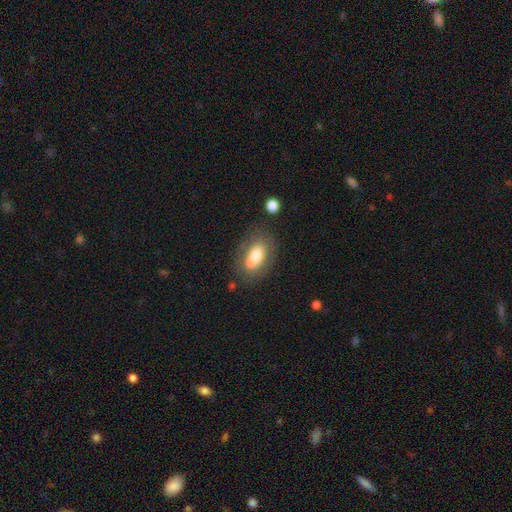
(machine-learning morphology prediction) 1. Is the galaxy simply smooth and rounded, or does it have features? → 66% smooth, 25% featured or disk, 8% star or artifact.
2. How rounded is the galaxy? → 82% in between, 16% round, 2% cigar-shaped.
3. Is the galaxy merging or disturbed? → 46% none, 32% merger, 15% minor disturbance, 7% major disturbance.